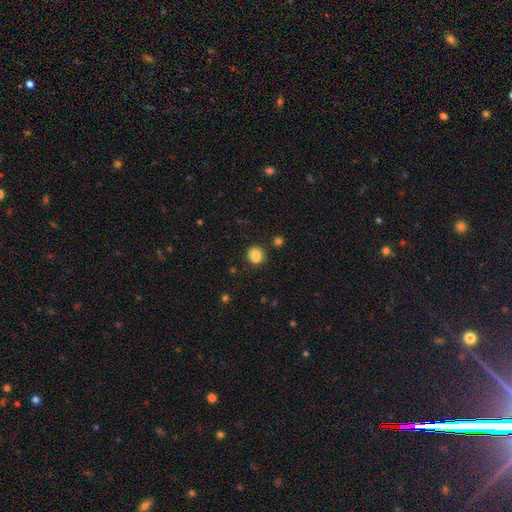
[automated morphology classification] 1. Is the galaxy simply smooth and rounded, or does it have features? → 84% smooth, 10% star or artifact, 5% featured or disk.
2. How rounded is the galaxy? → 68% round, 31% in between, 1% cigar-shaped.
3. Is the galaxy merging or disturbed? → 76% none, 14% minor disturbance, 5% merger, 4% major disturbance.